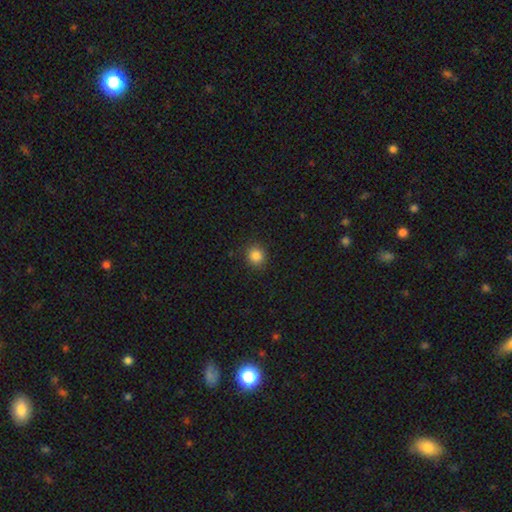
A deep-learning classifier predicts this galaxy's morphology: smooth-or-featured: smooth: 84% | star or artifact: 11% | featured or disk: 4%
  how-rounded: round: 89% | in between: 11% | cigar-shaped: 1%
  merging: none: 91% | minor disturbance: 6% | major disturbance: 2% | merger: 1%